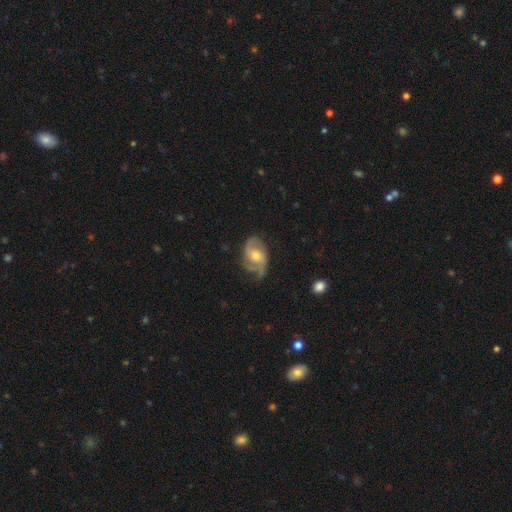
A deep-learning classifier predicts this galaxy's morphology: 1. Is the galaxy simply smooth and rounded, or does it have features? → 81% featured or disk, 14% smooth, 6% star or artifact.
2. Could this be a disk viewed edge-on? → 97% no, 3% yes.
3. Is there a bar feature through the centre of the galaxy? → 63% no, 32% weak, 5% strong.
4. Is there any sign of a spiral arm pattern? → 95% yes, 5% no.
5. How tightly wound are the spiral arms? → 49% medium, 27% loose, 24% tight.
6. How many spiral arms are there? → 75% 2, 9% 3, 8% can't tell, 3% 1, 2% 4, 2% more than 4.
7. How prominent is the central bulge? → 59% moderate, 28% small, 8% large, 3% none, 1% dominant.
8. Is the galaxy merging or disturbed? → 61% none, 25% minor disturbance, 12% major disturbance, 2% merger.